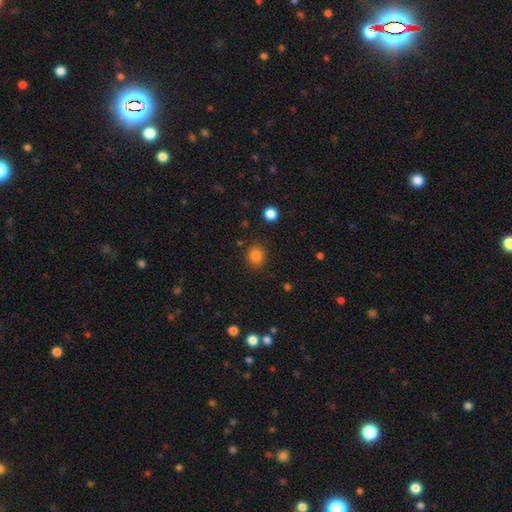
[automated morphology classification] Smooth or featured?
  - smooth: 83% *
  - star or artifact: 12%
  - featured or disk: 5%
How rounded?
  - round: 82% *
  - in between: 17%
  - cigar-shaped: 1%
Merging?
  - none: 87% *
  - minor disturbance: 9%
  - major disturbance: 3%
  - merger: 2%